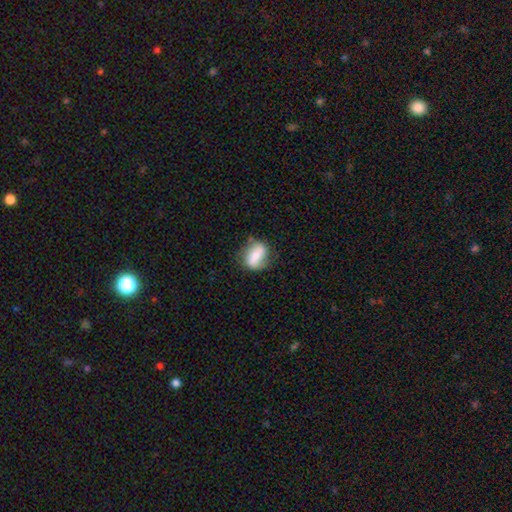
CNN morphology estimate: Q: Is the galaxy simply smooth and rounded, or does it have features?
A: smooth — 53%.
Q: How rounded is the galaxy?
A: in between — 63%.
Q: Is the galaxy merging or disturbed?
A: none — 66%.